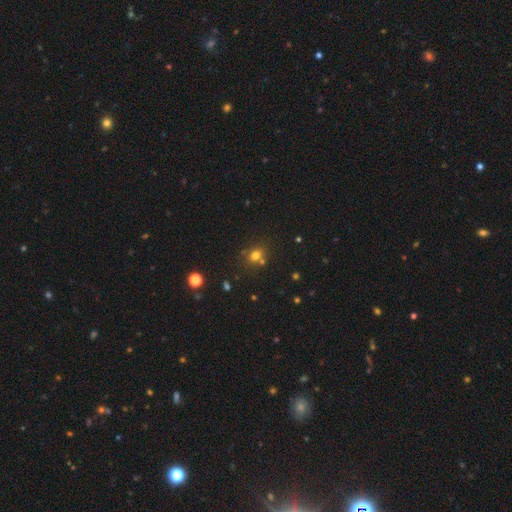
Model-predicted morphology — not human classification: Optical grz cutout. It shows a smooth galaxy with no disk features (70%) that is round (69%). Merging: none (65%).